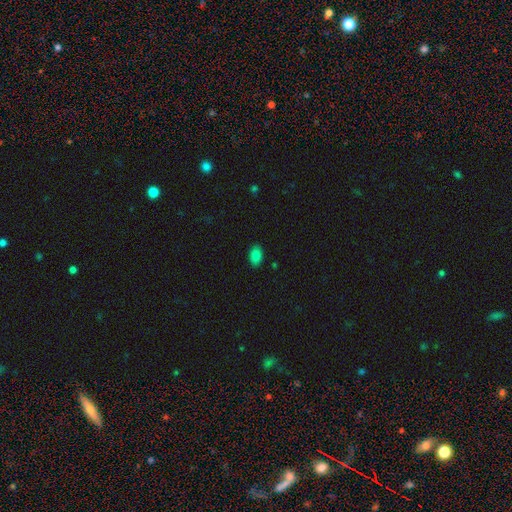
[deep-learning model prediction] This is clearly a smooth galaxy (85%). How rounded: clearly in between (89%). Merging: clearly none (88%).